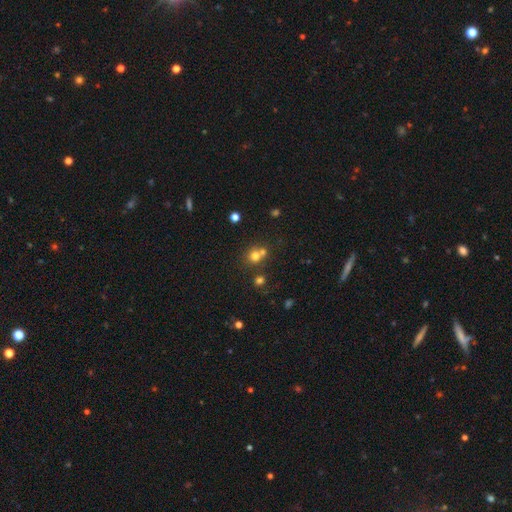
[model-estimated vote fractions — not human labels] Smooth or featured? Predicted: smooth (p=0.71). How rounded? Predicted: round (p=0.85). Merging? Predicted: none (p=0.49).